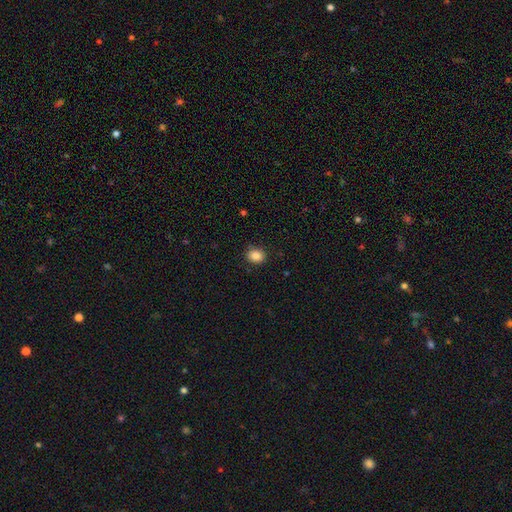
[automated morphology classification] This appears to be a smooth galaxy with no disk features (86%) that is round (52%). Merging: none (86%).